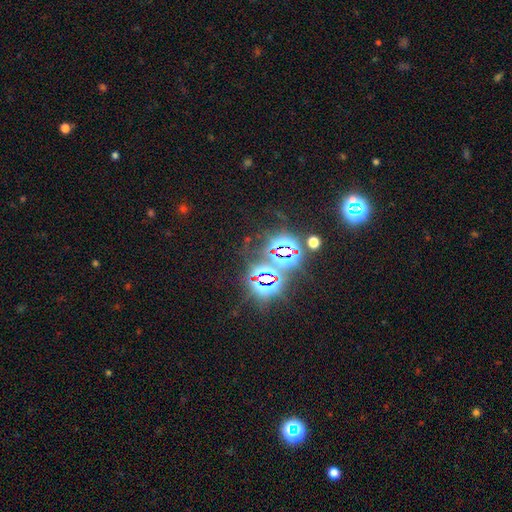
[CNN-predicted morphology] smooth_or_featured: star or artifact (p=0.80) [alt: smooth p=0.12]